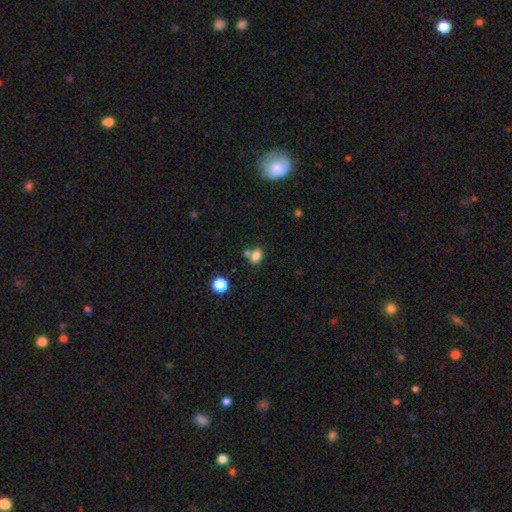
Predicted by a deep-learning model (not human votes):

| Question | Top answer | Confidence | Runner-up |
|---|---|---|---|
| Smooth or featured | smooth | 80% | star or artifact (12%) |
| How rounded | in between | 64% | round (35%) |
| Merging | none | 54% | merger (30%) |